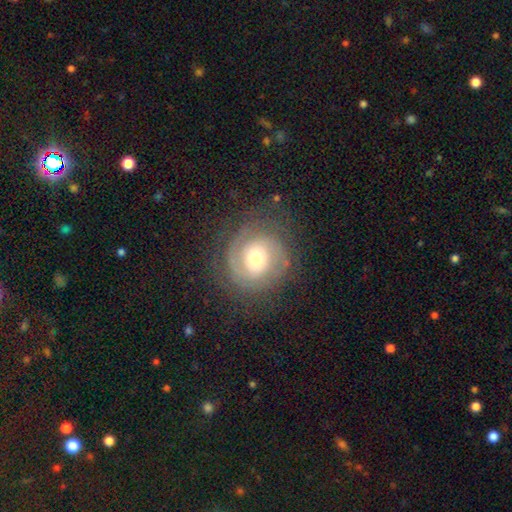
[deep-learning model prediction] This is likely a featured or disk galaxy (74%). It is clearly not viewed edge-on (97%). Bar: likely no (67%). Spiral arm pattern: clearly yes (90%). Spiral arm count: possibly 2 (58%). Spiral winding: likely tight (63%). Central bulge: possibly moderate (55%). Merging: likely none (76%).